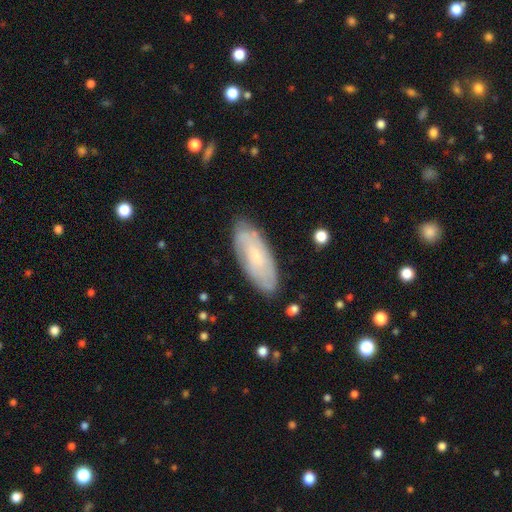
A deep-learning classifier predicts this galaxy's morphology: smooth-or-featured: smooth: 50% | featured or disk: 43% | star or artifact: 7%
  how-rounded: in between: 76% | cigar-shaped: 22% | round: 2%
  merging: none: 82% | minor disturbance: 14% | major disturbance: 3% | merger: 1%